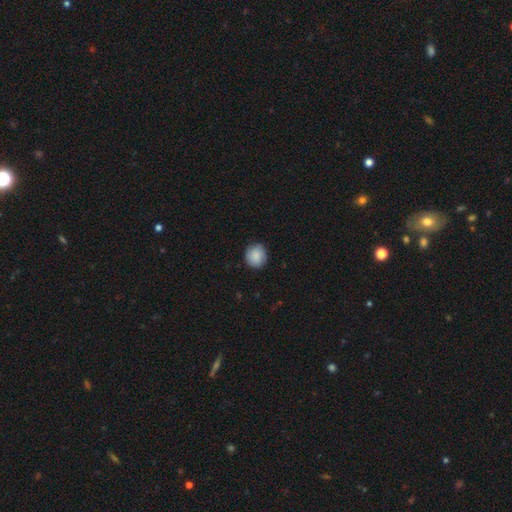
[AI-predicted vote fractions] Smooth or featured: smooth — 86% (featured or disk — 7%)
How rounded: round — 88% (in between — 11%)
Merging: none — 87% (minor disturbance — 10%)